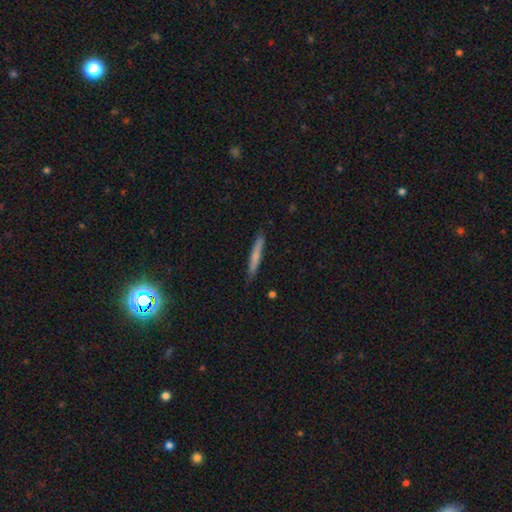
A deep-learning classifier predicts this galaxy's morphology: Q: Smooth or featured?
A: smooth (64%); runner-up: featured or disk (30%)
Q: How rounded?
A: cigar-shaped (95%); runner-up: in between (3%)
Q: Merging?
A: none (86%); runner-up: minor disturbance (11%)